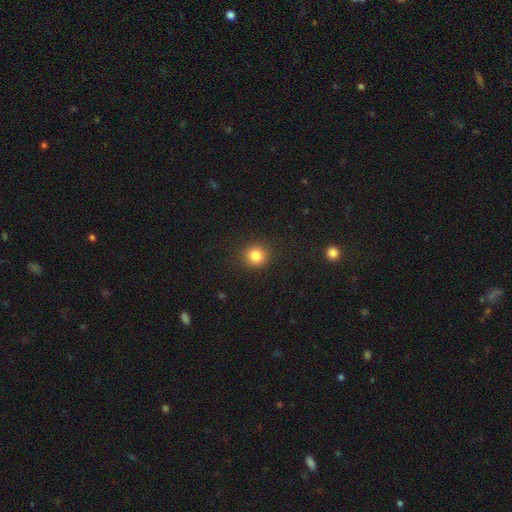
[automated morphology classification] The model was most divided on "smooth or featured": smooth: 84%, star or artifact: 11%, featured or disk: 5%. More confident: how rounded — round (92%); merging — none (91%).